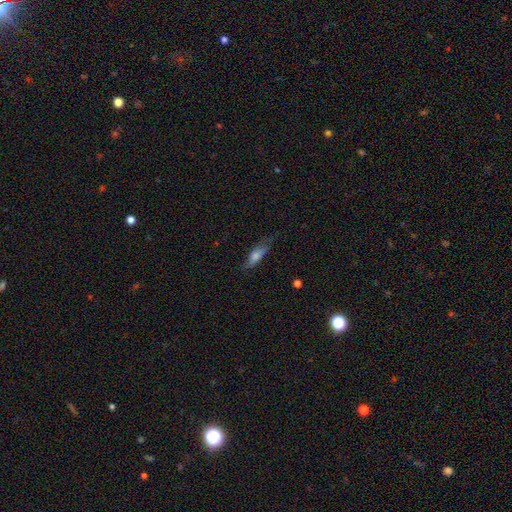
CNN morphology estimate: smooth_or_featured: smooth (p=0.59) [alt: featured or disk p=0.32]
how_rounded: cigar-shaped (p=0.55) [alt: in between p=0.42]
merging: none (p=0.69) [alt: minor disturbance p=0.22]